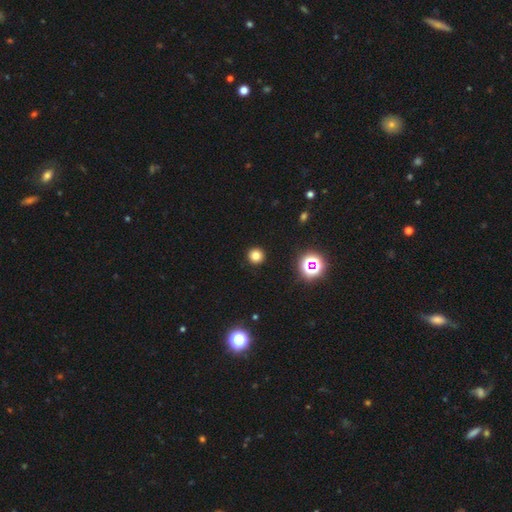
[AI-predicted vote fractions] This appears to be a smooth galaxy with no disk features (77%) that is round (95%). Merging: none (93%).